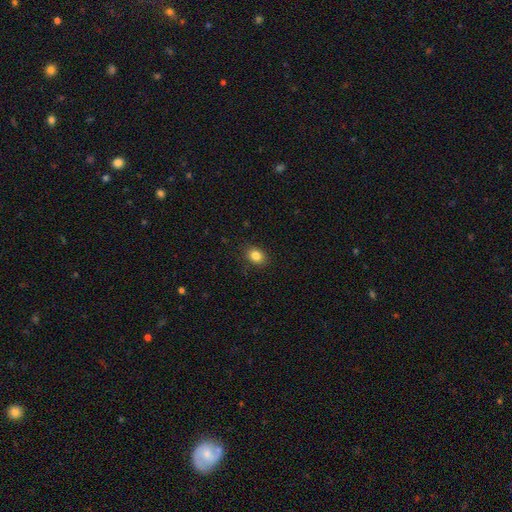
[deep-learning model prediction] smooth 84%, star or artifact 10%, featured or disk 5%. Down the decision tree: how rounded — in between (58%); merging — none (87%).